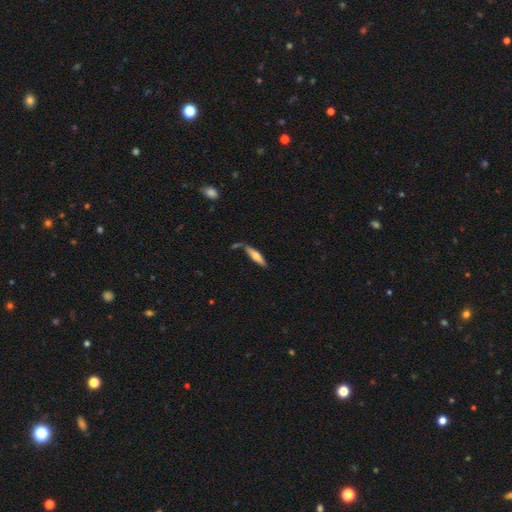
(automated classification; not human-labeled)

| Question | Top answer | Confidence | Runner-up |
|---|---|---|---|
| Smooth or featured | smooth | 58% | featured or disk (36%) |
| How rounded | cigar-shaped | 75% | in between (23%) |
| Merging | none | 68% | minor disturbance (18%) |